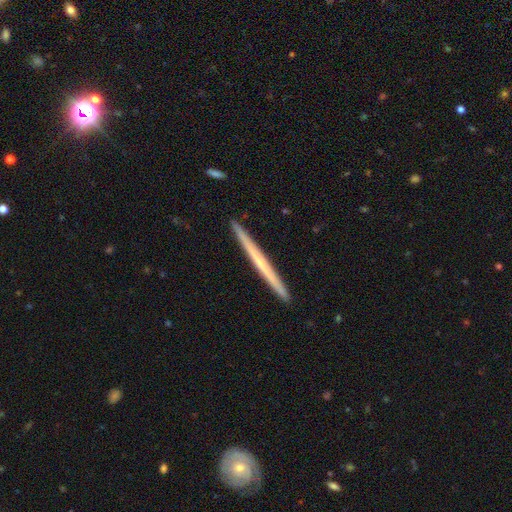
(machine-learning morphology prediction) The model was most divided on "smooth or featured": featured or disk: 58%, smooth: 36%, star or artifact: 6%. More confident: edge-on disk — yes (98%); merging — none (93%); edge-on bulge — none (75%).